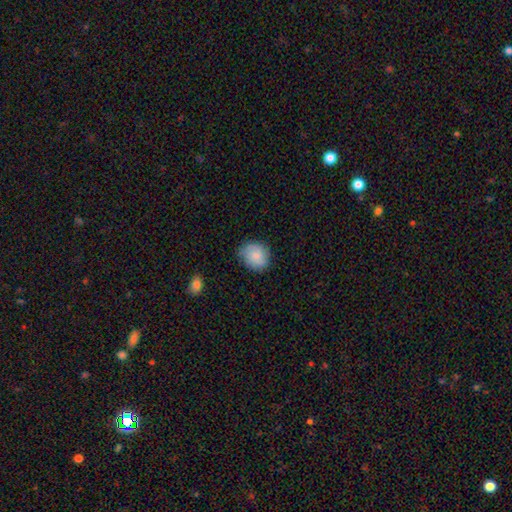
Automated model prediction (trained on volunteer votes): Overall: smooth (71%). How rounded: round (71%). Merging: none (78%).